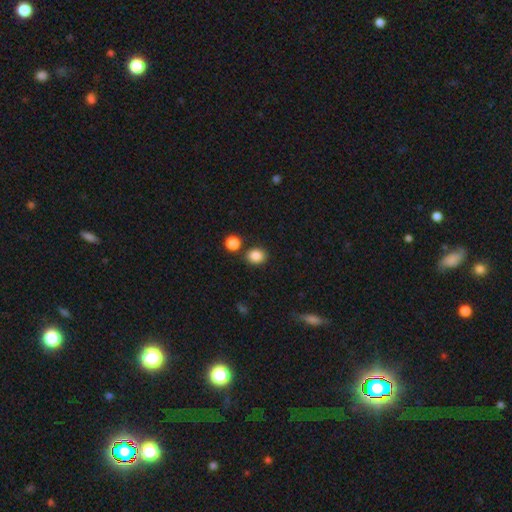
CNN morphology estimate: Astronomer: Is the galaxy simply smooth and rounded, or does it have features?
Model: smooth — 86%.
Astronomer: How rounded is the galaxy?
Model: round — 67%.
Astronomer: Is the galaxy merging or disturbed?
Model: none — 80%.